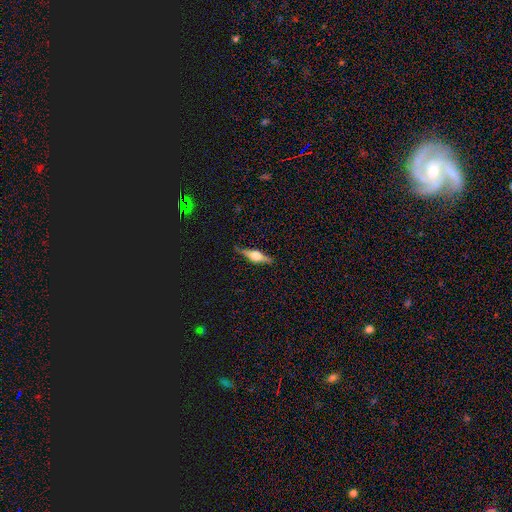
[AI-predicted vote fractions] Overall: featured or disk (68%). Edge-on disk: yes (96%). Edge-on bulge: rounded (91%). Merging: none (84%).